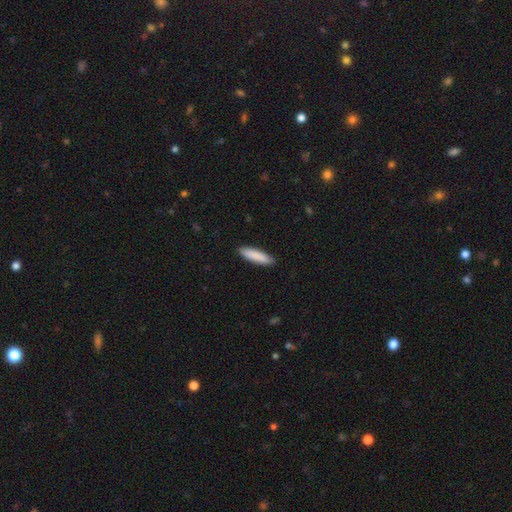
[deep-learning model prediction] Overall: smooth (88%). How rounded: cigar-shaped (73%). Merging: none (89%).